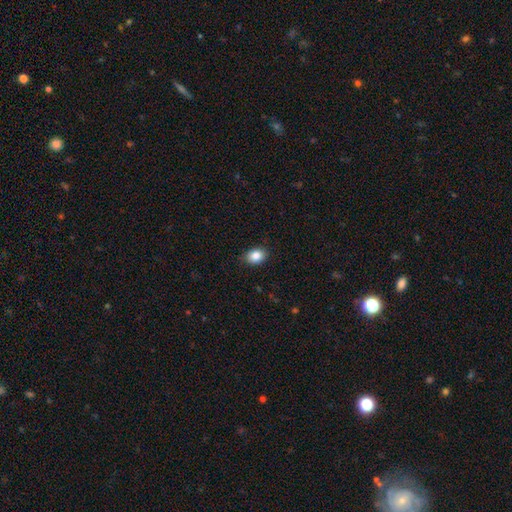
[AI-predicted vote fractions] smooth-or-featured: smooth: 86% | star or artifact: 9% | featured or disk: 5%
  how-rounded: in between: 70% | round: 29% | cigar-shaped: 1%
  merging: none: 86% | minor disturbance: 11% | major disturbance: 2% | merger: 1%